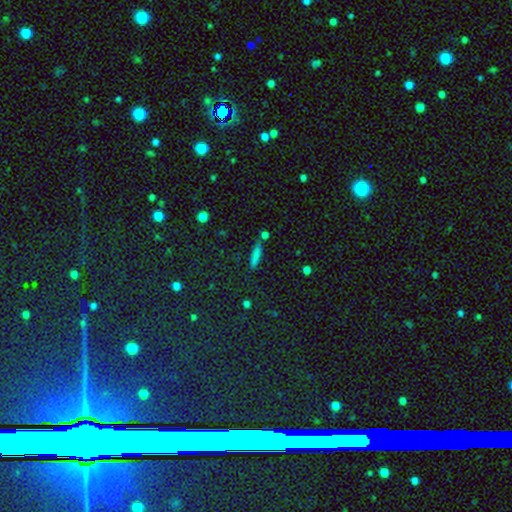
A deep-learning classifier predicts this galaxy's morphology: Q: Smooth or featured?
A: smooth (76%); runner-up: star or artifact (12%)
Q: How rounded?
A: cigar-shaped (82%); runner-up: in between (15%)
Q: Merging?
A: none (77%); runner-up: minor disturbance (12%)